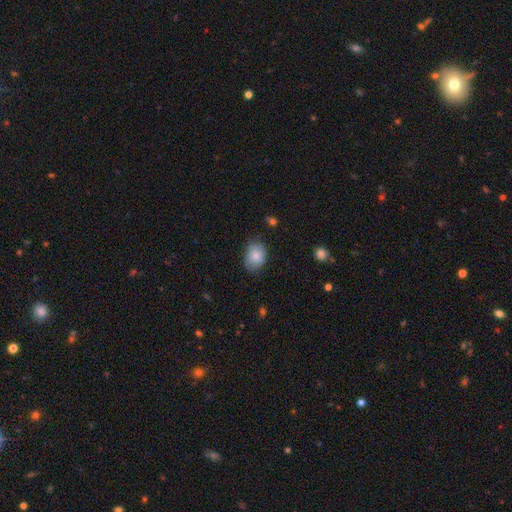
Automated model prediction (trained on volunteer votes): The model was most divided on "how rounded": in between: 69%, round: 30%, cigar-shaped: 1%. More confident: smooth or featured — smooth (82%); merging — none (71%).